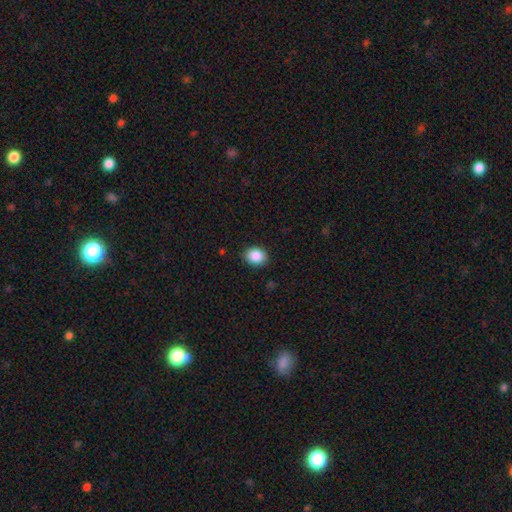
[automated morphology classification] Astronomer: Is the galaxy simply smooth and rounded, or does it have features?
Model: smooth — 88%.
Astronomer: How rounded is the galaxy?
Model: in between — 50% (runner-up: round, 49%).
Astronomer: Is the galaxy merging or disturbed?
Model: none — 88%.